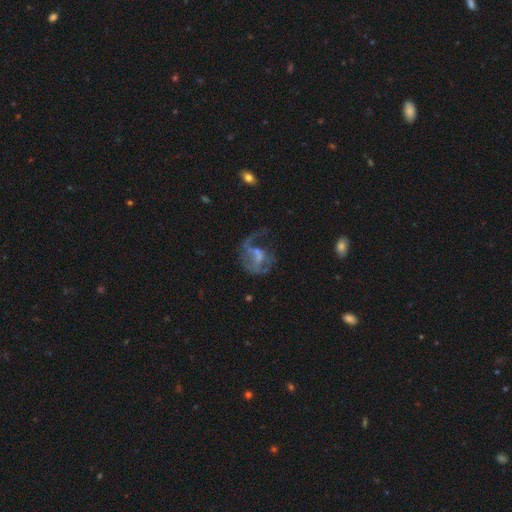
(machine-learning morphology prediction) Smooth or featured? Predicted: featured or disk (p=0.69). Edge-on disk? Predicted: no (p=0.97). Bar? Predicted: no (p=0.52). Spiral arms? Predicted: yes (p=0.68). Bulge size? Predicted: small (p=0.40). Merging? Predicted: major disturbance (p=0.42).